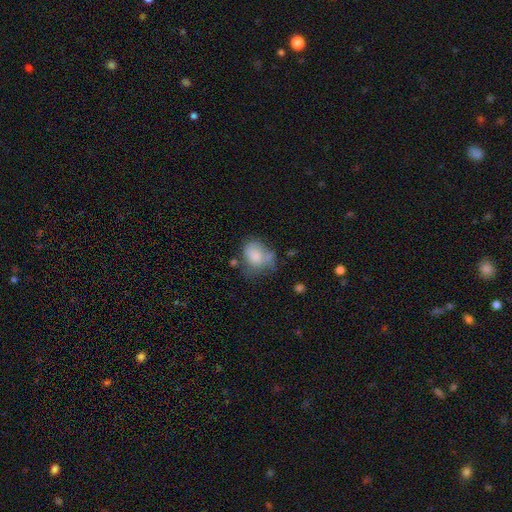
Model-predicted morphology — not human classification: smooth_or_featured: smooth (p=0.73) [alt: featured or disk p=0.18]
how_rounded: in between (p=0.62) [alt: round p=0.37]
merging: none (p=0.33) [alt: minor disturbance p=0.30]